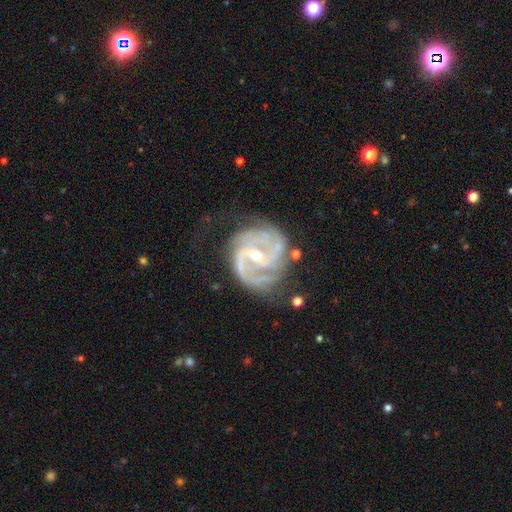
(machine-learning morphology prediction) The model was most divided on "spiral winding": medium: 46%, tight: 45%, loose: 9%. Remaining: spiral arms — yes (98%); edge-on disk — no (98%); smooth or featured — featured or disk (92%); merging — none (63%); spiral arm count — 2 (57%); bulge size — small (52%); bar — weak (47%).